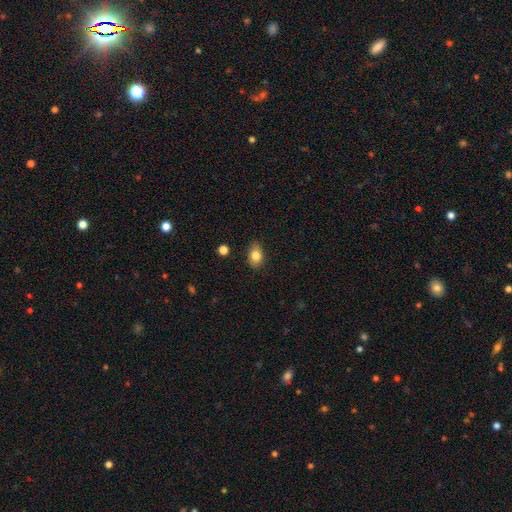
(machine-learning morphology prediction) This is clearly a smooth galaxy (82%). How rounded: clearly in between (81%). Merging: clearly none (83%).